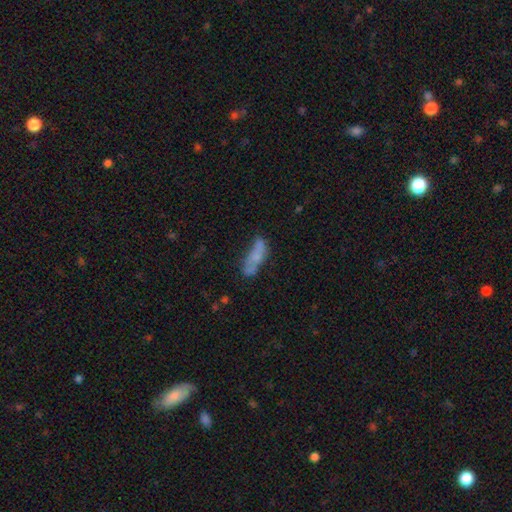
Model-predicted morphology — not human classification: Q: Smooth or featured?
A: smooth (55%); runner-up: featured or disk (34%)
Q: How rounded?
A: in between (54%); runner-up: cigar-shaped (43%)
Q: Merging?
A: none (43%); runner-up: minor disturbance (24%)